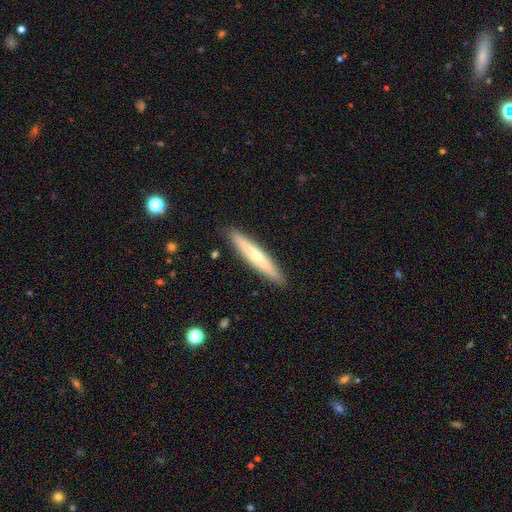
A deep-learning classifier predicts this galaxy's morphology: Smooth or featured: smooth — 49% (featured or disk — 46%)
Merging: none — 91% (minor disturbance — 7%)